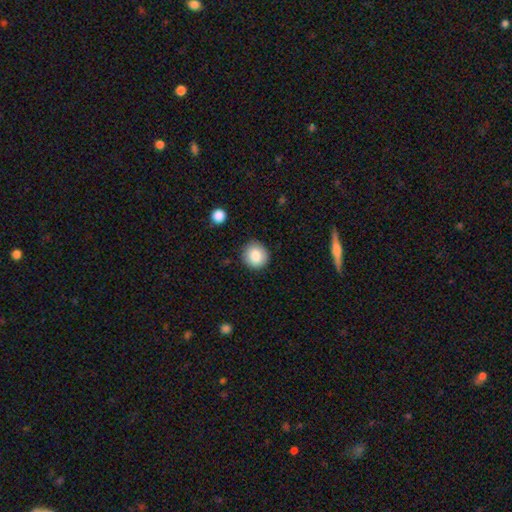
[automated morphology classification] smooth-or-featured: smooth: 85% | star or artifact: 8% | featured or disk: 6%
  how-rounded: round: 87% | in between: 12% | cigar-shaped: 1%
  merging: none: 86% | minor disturbance: 10% | major disturbance: 2% | merger: 1%